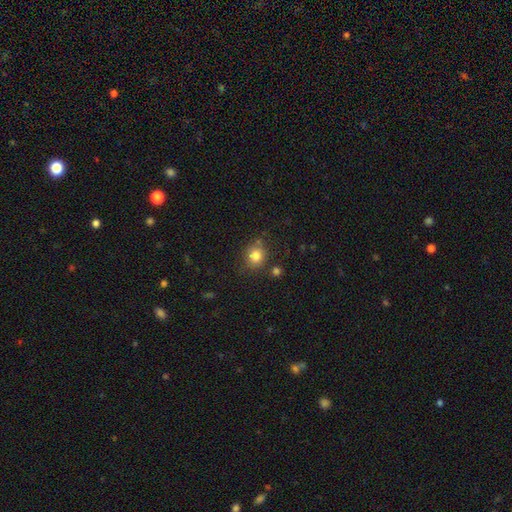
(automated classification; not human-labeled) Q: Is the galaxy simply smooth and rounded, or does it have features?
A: smooth — 81%.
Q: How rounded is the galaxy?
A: round — 80%.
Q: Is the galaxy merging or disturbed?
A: none — 76%.